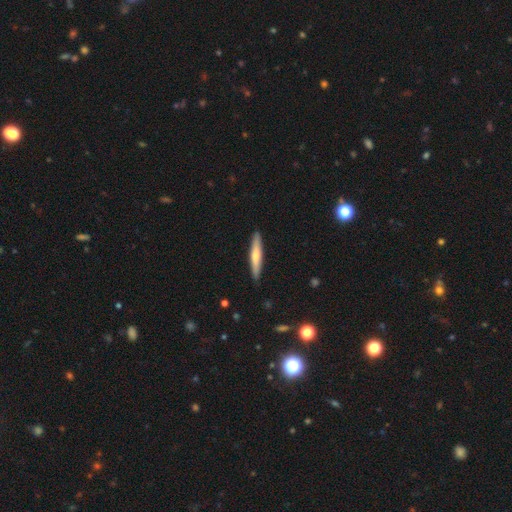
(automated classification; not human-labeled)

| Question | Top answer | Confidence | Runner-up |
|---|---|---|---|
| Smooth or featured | smooth | 56% | featured or disk (39%) |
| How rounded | cigar-shaped | 91% | in between (7%) |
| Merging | none | 90% | minor disturbance (7%) |